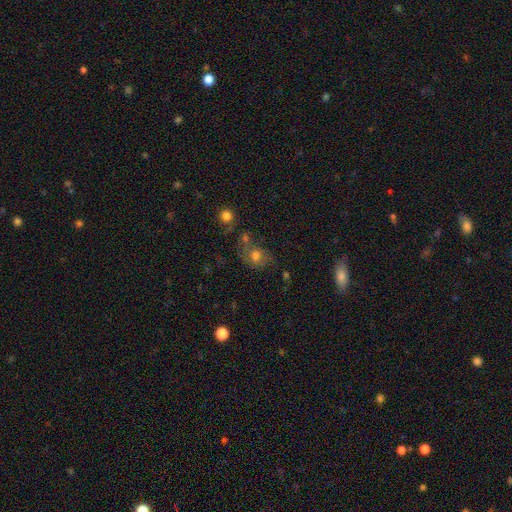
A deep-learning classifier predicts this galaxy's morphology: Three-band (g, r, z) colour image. It shows a smooth galaxy with no disk features (58%) that is round (57%). Merging: none (42%).